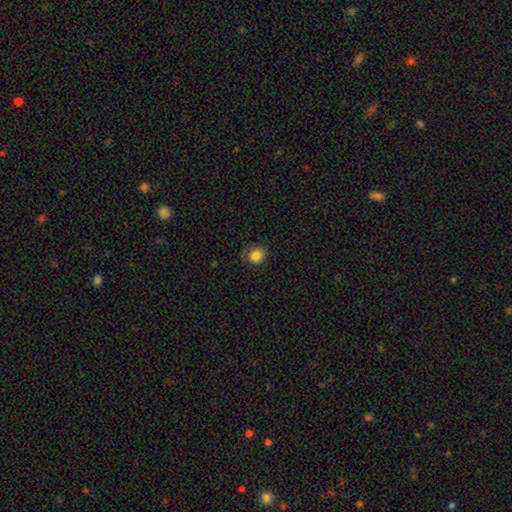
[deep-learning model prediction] Smooth or featured: smooth — 84% (star or artifact — 11%)
How rounded: round — 89% (in between — 10%)
Merging: none — 79% (minor disturbance — 15%)